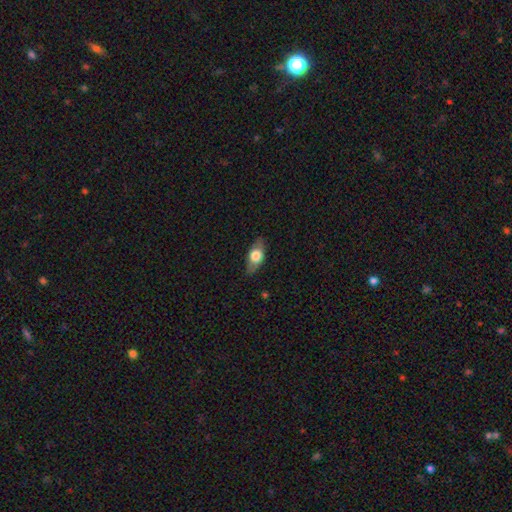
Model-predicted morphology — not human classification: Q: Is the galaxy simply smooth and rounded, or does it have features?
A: smooth — 60%.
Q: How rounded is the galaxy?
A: in between — 83%.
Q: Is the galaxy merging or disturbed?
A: none — 81%.